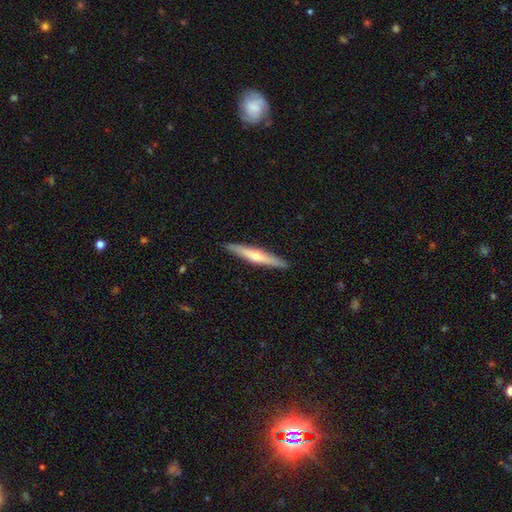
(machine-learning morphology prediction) smooth_or_featured: featured or disk (p=0.55) [alt: smooth p=0.39]
disk_edge_on: yes (p=0.95) [alt: no p=0.05]
edge_on_bulge: rounded (p=0.77) [alt: none p=0.19]
merging: none (p=0.91) [alt: minor disturbance p=0.06]